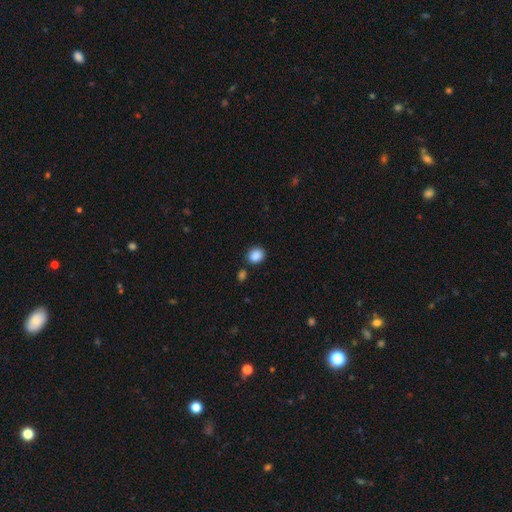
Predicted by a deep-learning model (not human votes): Smooth or featured?
  - smooth: 88% *
  - star or artifact: 9%
  - featured or disk: 3%
How rounded?
  - round: 68% *
  - in between: 31%
  - cigar-shaped: 1%
Merging?
  - none: 80% *
  - minor disturbance: 11%
  - merger: 6%
  - major disturbance: 3%